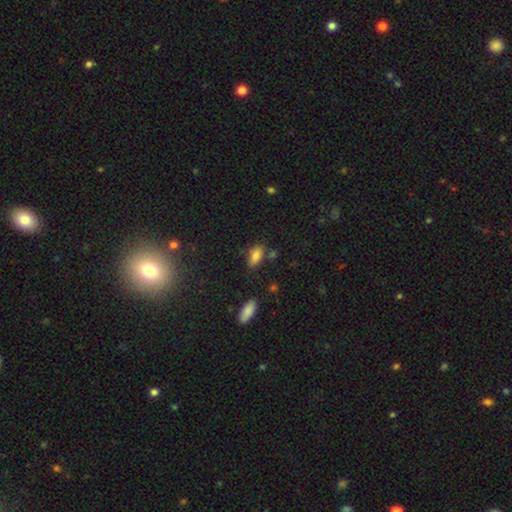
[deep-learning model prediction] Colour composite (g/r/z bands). It shows a smooth galaxy with no disk features (83%) that is in between round and cigar-shaped (90%). Merging: none (68%).